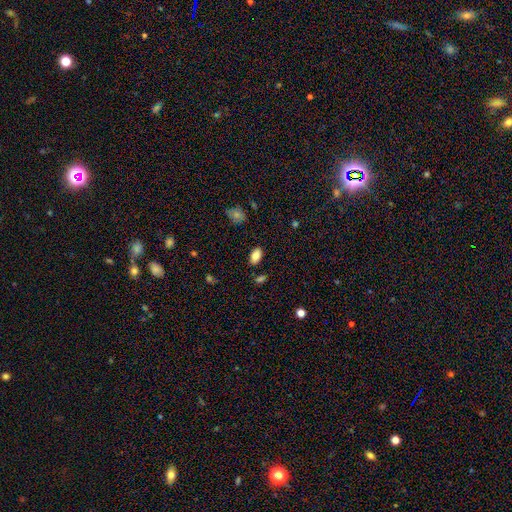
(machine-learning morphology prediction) smooth-or-featured: smooth: 85% | star or artifact: 8% | featured or disk: 6%
  how-rounded: in between: 92% | round: 6% | cigar-shaped: 2%
  merging: none: 84% | minor disturbance: 10% | merger: 3% | major disturbance: 3%